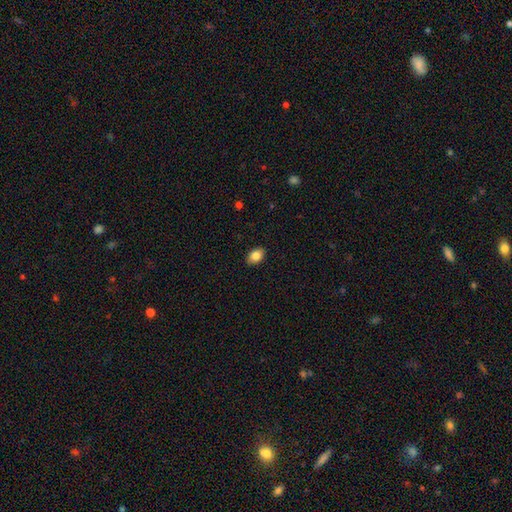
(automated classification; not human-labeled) Smooth or featured? Predicted: smooth (p=0.84). How rounded? Predicted: in between (p=0.84). Merging? Predicted: none (p=0.89).